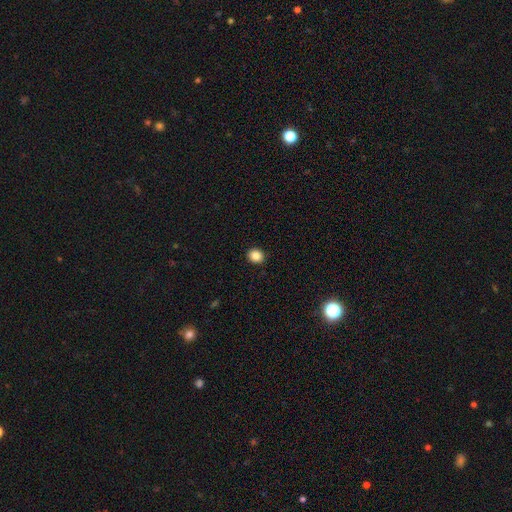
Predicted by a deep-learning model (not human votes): A smooth galaxy with no disk features (85%) that is round (73%).

Vote fractions:
- Smooth or featured? smooth: 85% / star or artifact: 10% / featured or disk: 5%
- How rounded? round: 73% / in between: 26% / cigar-shaped: 1%
- Merging? none: 92% / minor disturbance: 5% / major disturbance: 2% / merger: 1%